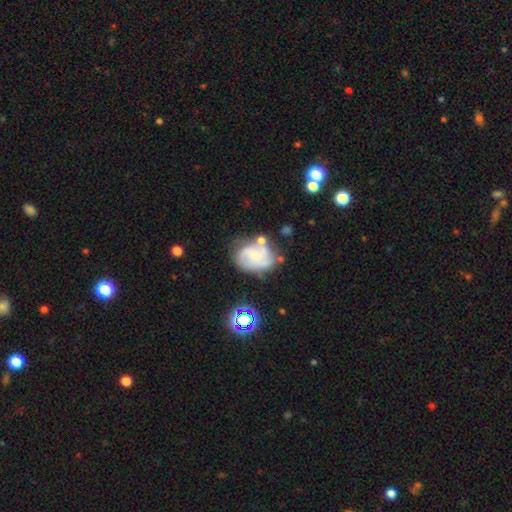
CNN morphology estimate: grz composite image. It shows a featured or disk galaxy (62%) with no bar (70%), spiral arms (77%) and a small central bulge (54%). Merging: none (45%).